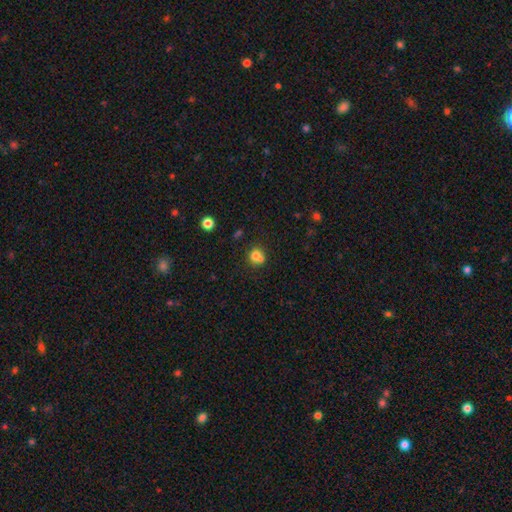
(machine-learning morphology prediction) Q: Smooth or featured?
A: smooth (74%); runner-up: featured or disk (13%)
Q: How rounded?
A: round (78%); runner-up: in between (21%)
Q: Merging?
A: none (46%); runner-up: merger (37%)